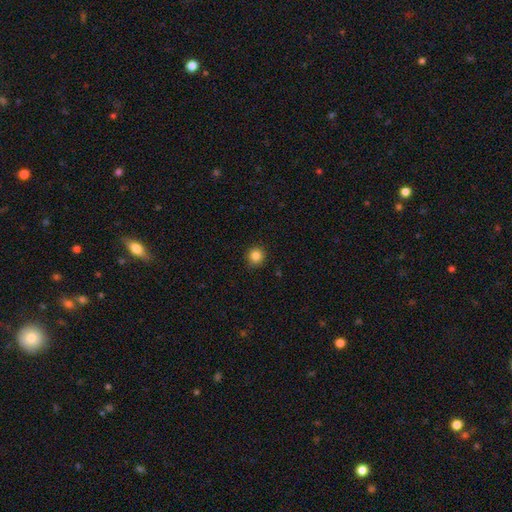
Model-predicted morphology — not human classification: Smooth or featured?
  - smooth: 84% *
  - star or artifact: 11%
  - featured or disk: 4%
How rounded?
  - round: 94% *
  - in between: 6%
  - cigar-shaped: 1%
Merging?
  - none: 91% *
  - minor disturbance: 6%
  - major disturbance: 2%
  - merger: 1%